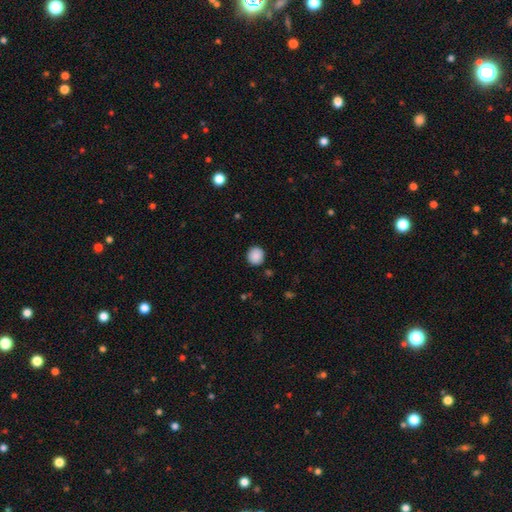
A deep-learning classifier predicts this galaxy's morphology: This appears to be a smooth galaxy with no disk features (89%) that is round (89%). Merging: none (90%).